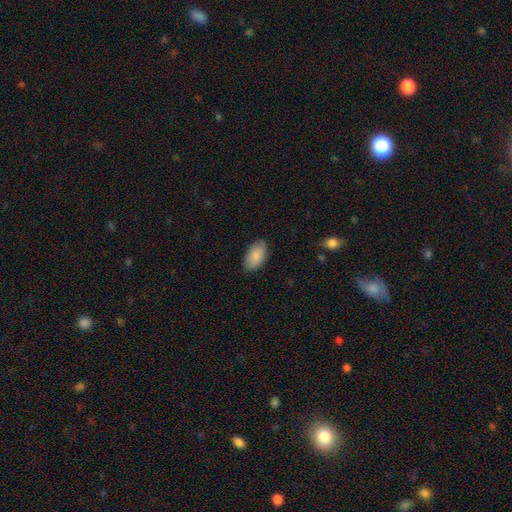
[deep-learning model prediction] Q: Smooth or featured?
A: smooth (89%); runner-up: star or artifact (6%)
Q: How rounded?
A: in between (94%); runner-up: round (4%)
Q: Merging?
A: none (84%); runner-up: minor disturbance (13%)